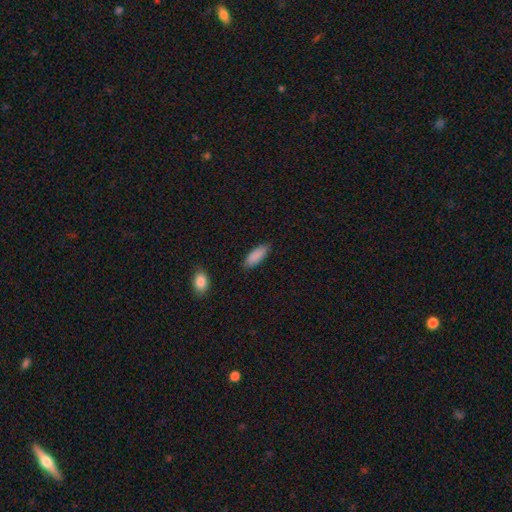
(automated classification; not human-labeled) smooth 89%, star or artifact 6%, featured or disk 5%. Down the decision tree: how rounded — in between (75%); merging — none (83%).